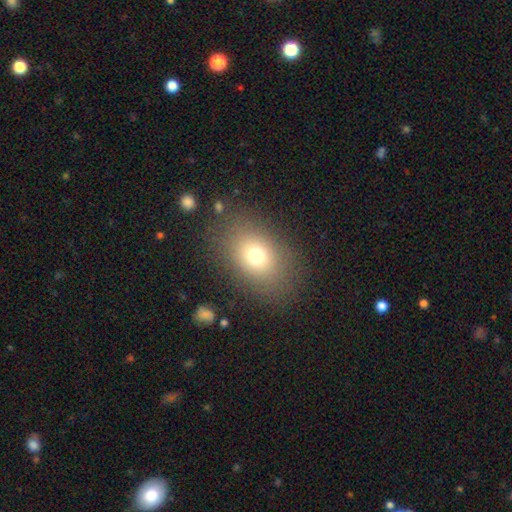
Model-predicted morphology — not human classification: Smooth or featured?
  - smooth: 73% *
  - star or artifact: 14%
  - featured or disk: 13%
How rounded?
  - in between: 69% *
  - round: 30%
  - cigar-shaped: 1%
Merging?
  - none: 82% *
  - minor disturbance: 10%
  - major disturbance: 6%
  - merger: 2%